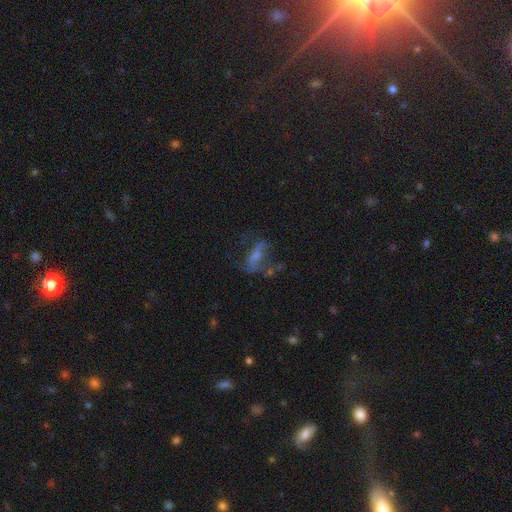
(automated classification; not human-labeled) Smooth or featured? featured or disk (53%)
Edge-on disk? no (82%)
Merging? none (46%)